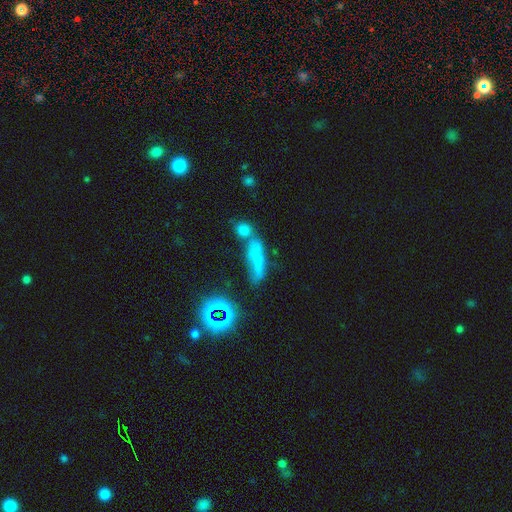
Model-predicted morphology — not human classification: Smooth or featured: smooth — 45% (star or artifact — 30%)
Merging: none — 37% (merger — 32%)